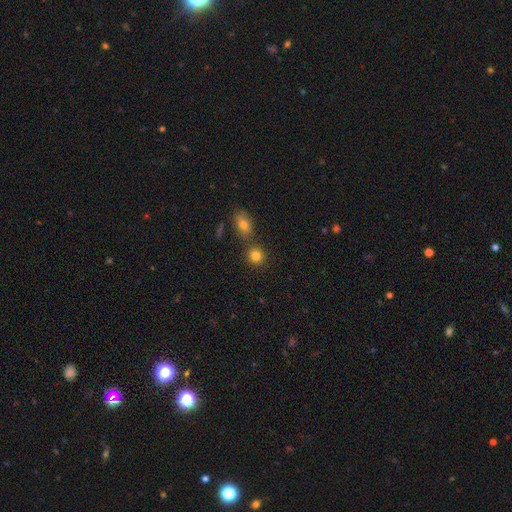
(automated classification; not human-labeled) This is clearly a smooth galaxy (82%). How rounded: clearly round (81%). Merging: likely none (67%).